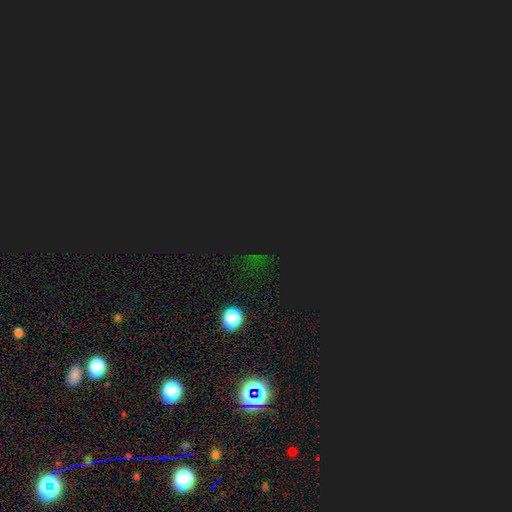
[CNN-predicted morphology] smooth_or_featured: star or artifact (p=0.78) [alt: smooth p=0.16]